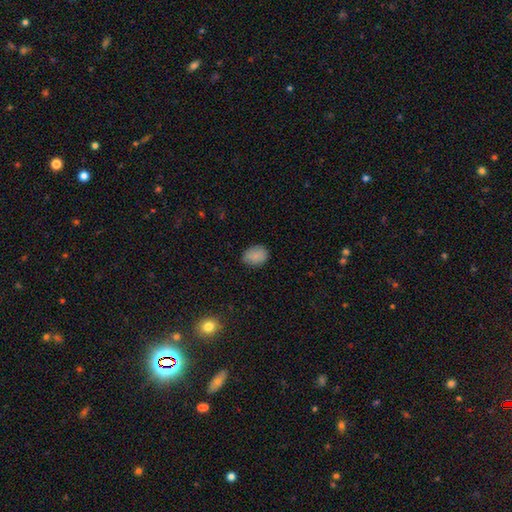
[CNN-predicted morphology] A smooth galaxy with no disk features (85%) that is in between round and cigar-shaped (67%). Merging: none (80%).